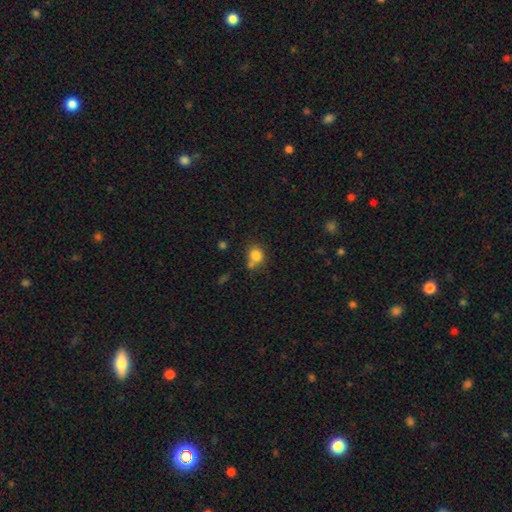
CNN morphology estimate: Overall: smooth (82%). How rounded: round (72%). Merging: none (57%; merger 24%).